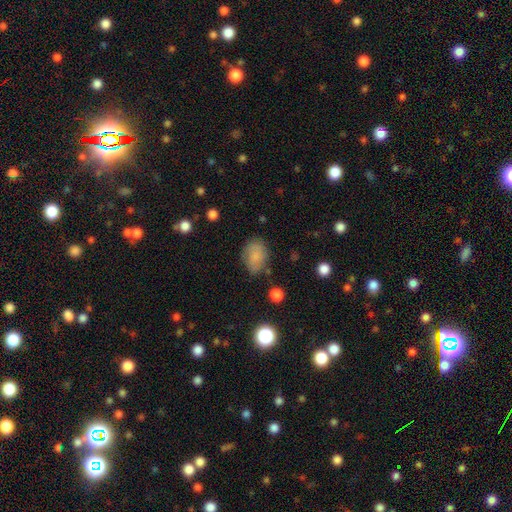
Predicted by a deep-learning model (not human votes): Morphology: type=smooth (77%); roundness=in between (74%); merging=none (66%).